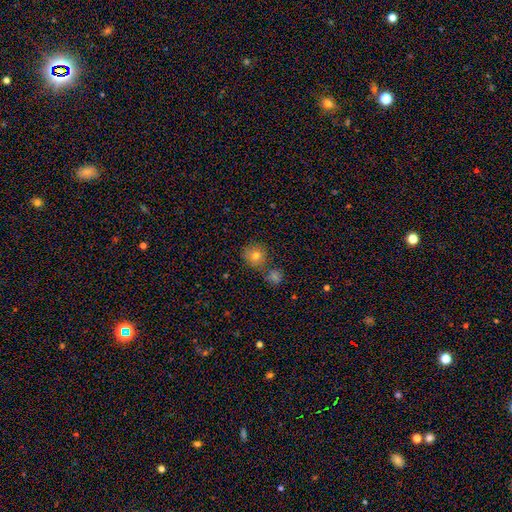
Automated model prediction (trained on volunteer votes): This is likely a smooth galaxy (78%). How rounded: clearly round (89%). Merging: likely none (68%).